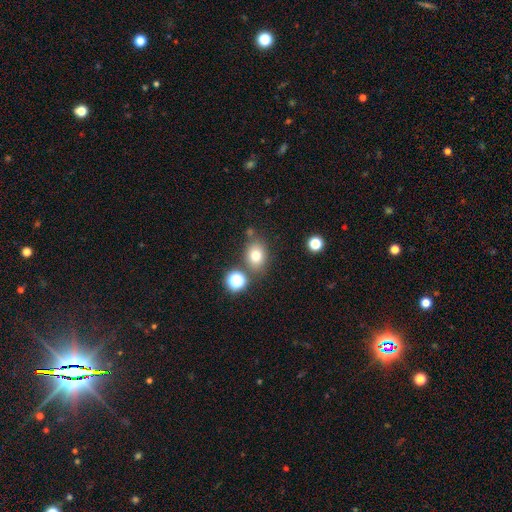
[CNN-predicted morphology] Smooth or featured? smooth (76%)
How rounded? in between (51%)
Merging? none (73%)